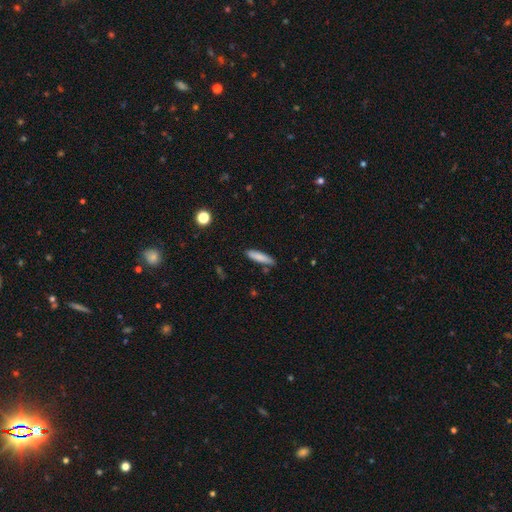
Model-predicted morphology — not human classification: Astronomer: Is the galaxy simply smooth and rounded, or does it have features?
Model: smooth — 81%.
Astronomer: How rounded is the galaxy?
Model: cigar-shaped — 80%.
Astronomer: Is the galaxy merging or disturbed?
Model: none — 83%.